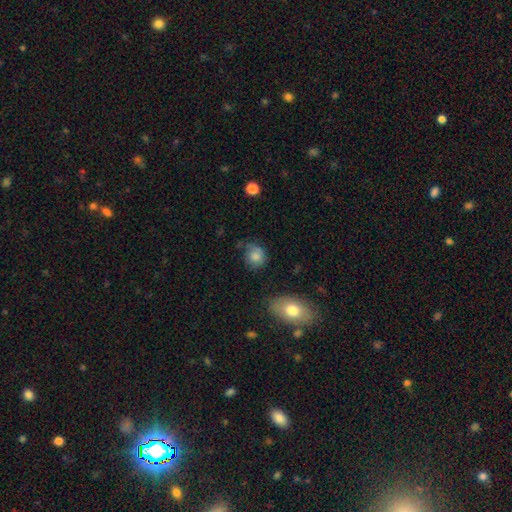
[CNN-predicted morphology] Smooth or featured? smooth (76%)
How rounded? round (71%)
Merging? none (52%)